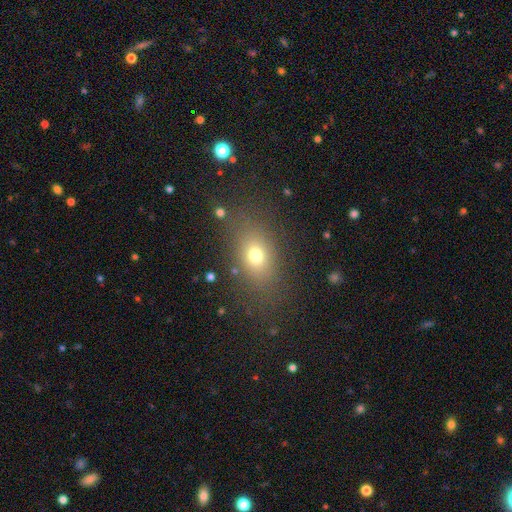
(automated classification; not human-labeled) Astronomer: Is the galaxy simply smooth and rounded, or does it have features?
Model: smooth — 71%.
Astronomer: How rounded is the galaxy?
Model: in between — 69%.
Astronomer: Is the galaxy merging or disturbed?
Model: none — 78%.